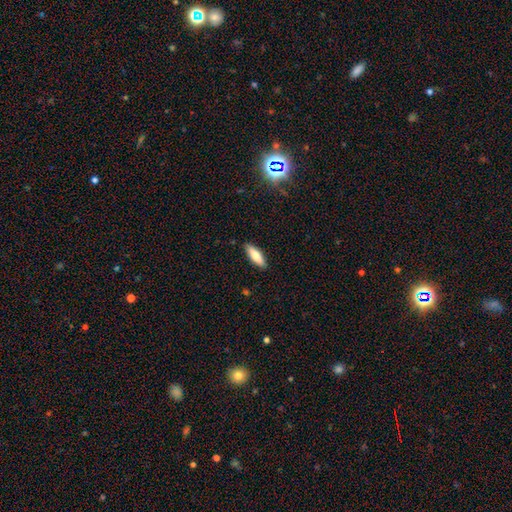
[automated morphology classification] Smooth or featured?
  - smooth: 75% *
  - featured or disk: 18%
  - star or artifact: 6%
How rounded?
  - in between: 50% *
  - cigar-shaped: 48%
  - round: 2%
Merging?
  - none: 89% *
  - minor disturbance: 8%
  - major disturbance: 2%
  - merger: 1%